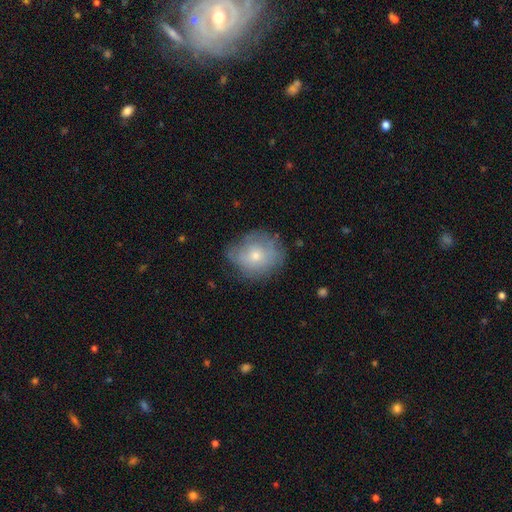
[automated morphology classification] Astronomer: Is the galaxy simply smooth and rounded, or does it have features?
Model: smooth — 61%.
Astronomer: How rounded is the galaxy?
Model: round — 72%.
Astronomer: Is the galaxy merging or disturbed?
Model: none — 64%.